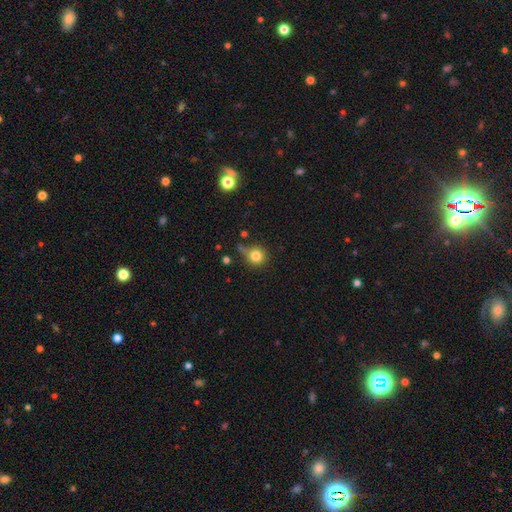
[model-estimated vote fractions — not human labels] smooth 81%, star or artifact 12%, featured or disk 7%. Down the decision tree: how rounded — round (92%); merging — none (64%).